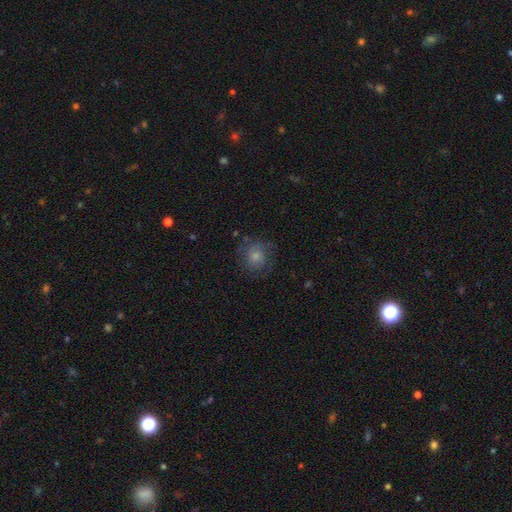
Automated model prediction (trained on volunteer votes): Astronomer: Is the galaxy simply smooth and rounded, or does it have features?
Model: smooth — 70%.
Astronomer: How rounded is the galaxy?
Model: round — 84%.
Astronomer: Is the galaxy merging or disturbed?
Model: none — 70%.